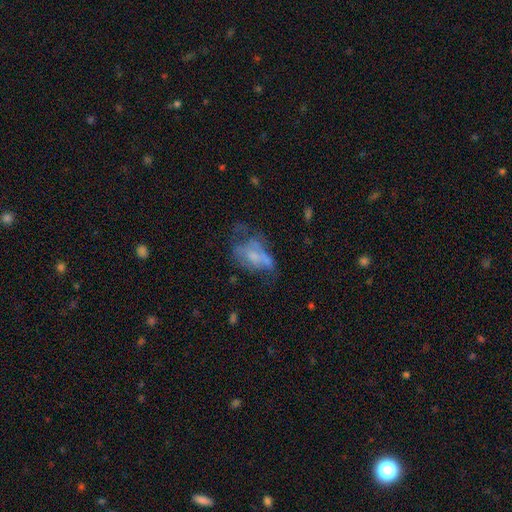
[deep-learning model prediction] This is possibly a featured or disk galaxy (48%). Merging: marginally major disturbance (41%).